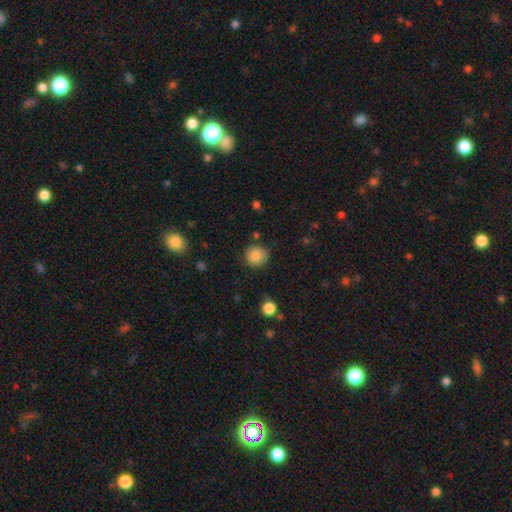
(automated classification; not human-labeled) Smooth or featured? Predicted: smooth (p=0.86). How rounded? Predicted: round (p=0.88). Merging? Predicted: none (p=0.84).